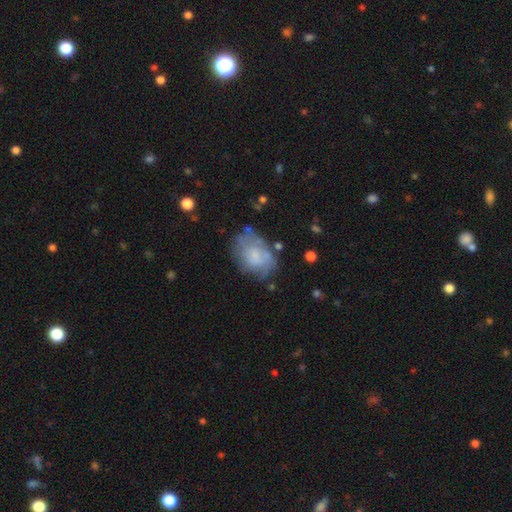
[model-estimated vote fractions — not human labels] A smooth galaxy with no disk features (55%) that is in between round and cigar-shaped (81%).

Vote fractions:
- Smooth or featured? smooth: 55% / featured or disk: 36% / star or artifact: 9%
- How rounded? in between: 81% / round: 18% / cigar-shaped: 1%
- Merging? none: 51% / minor disturbance: 29% / major disturbance: 15% / merger: 5%